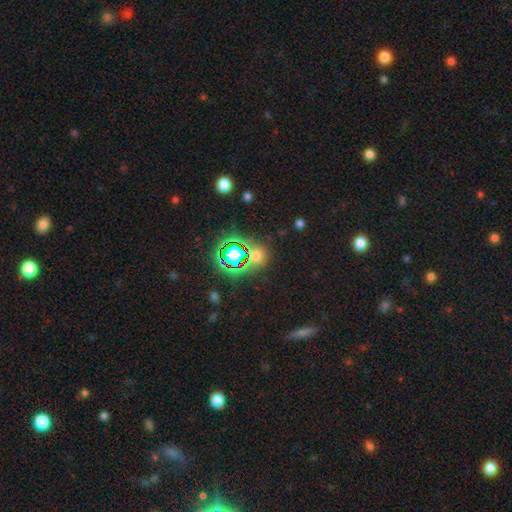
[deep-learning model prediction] star or artifact 49%, smooth 42%, featured or disk 8%.